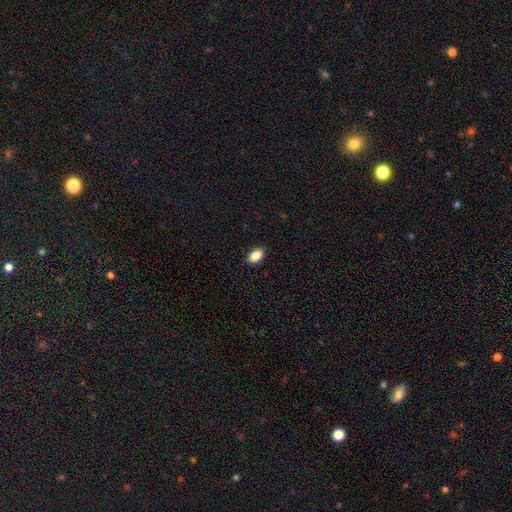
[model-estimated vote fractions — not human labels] The model was most divided on "how rounded": in between: 89%, round: 10%, cigar-shaped: 1%. More confident: merging — none (90%); smooth or featured — smooth (88%).